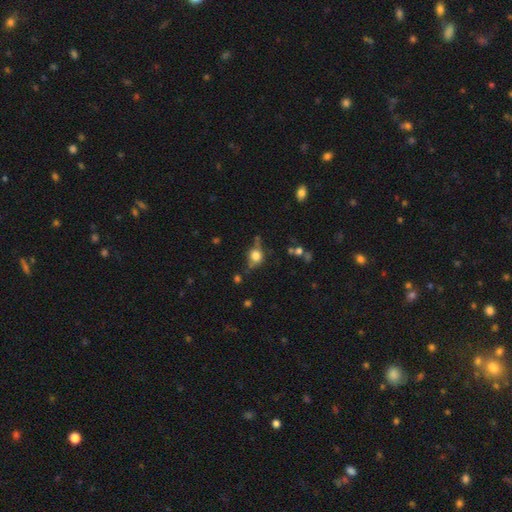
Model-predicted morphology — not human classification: A smooth galaxy with no disk features (69%) that is round (73%). Merging: none (62%).